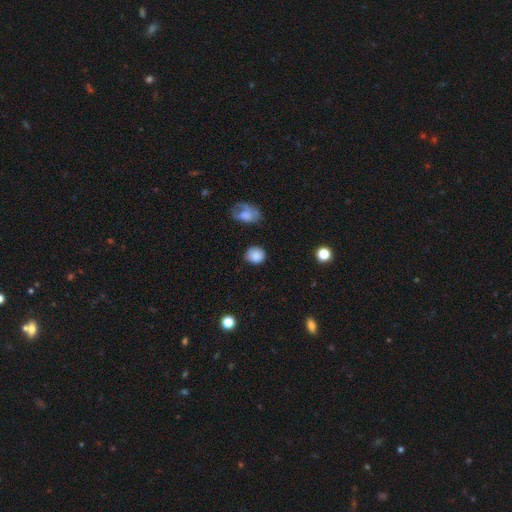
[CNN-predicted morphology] This appears to be a smooth galaxy with no disk features (85%) that is round (77%). Merging: none (73%).